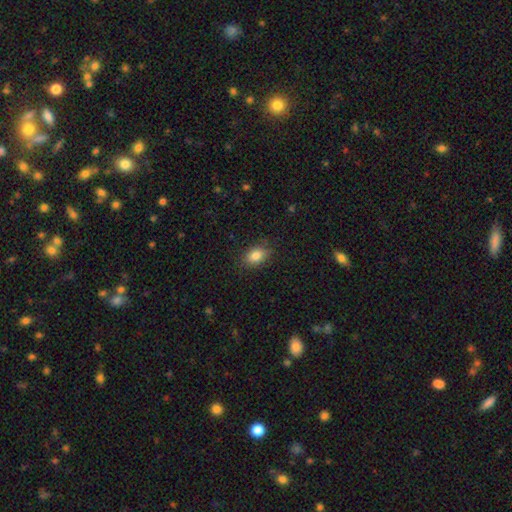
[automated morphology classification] Smooth or featured? Predicted: smooth (p=0.84). How rounded? Predicted: in between (p=0.79). Merging? Predicted: none (p=0.82).